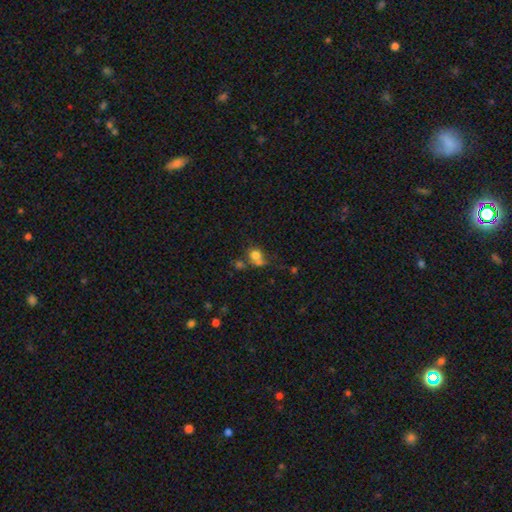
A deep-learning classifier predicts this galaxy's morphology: smooth-or-featured: smooth: 74% | star or artifact: 13% | featured or disk: 12%
  how-rounded: round: 74% | in between: 25% | cigar-shaped: 1%
  merging: merger: 40% | none: 39% | minor disturbance: 13% | major disturbance: 8%